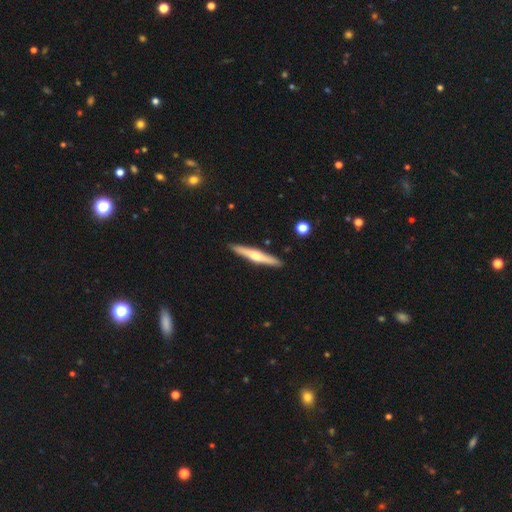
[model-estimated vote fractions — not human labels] Overall: featured or disk (61%; smooth 34%). Edge-on disk: yes (97%). Edge-on bulge: rounded (87%). Merging: none (90%).